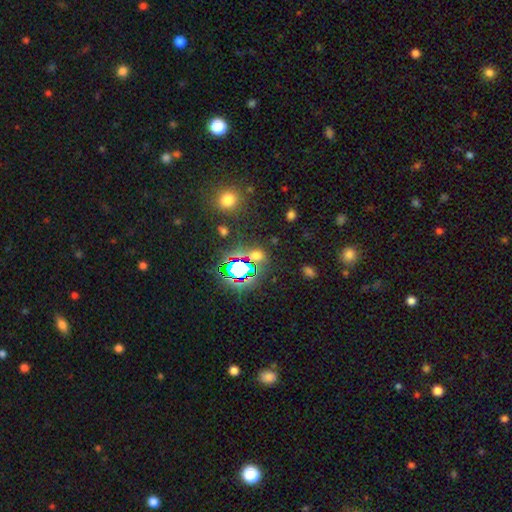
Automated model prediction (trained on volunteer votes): This is possibly a star or artifact rather than a galaxy (57%).